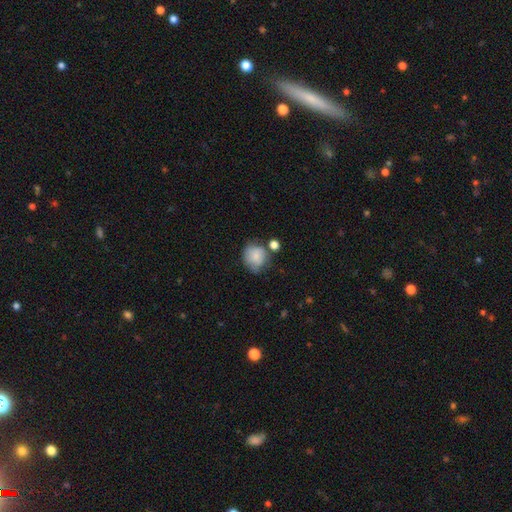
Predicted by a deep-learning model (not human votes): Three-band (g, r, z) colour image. It shows a smooth galaxy with no disk features (81%) that is round (77%). Merging: none (52%).